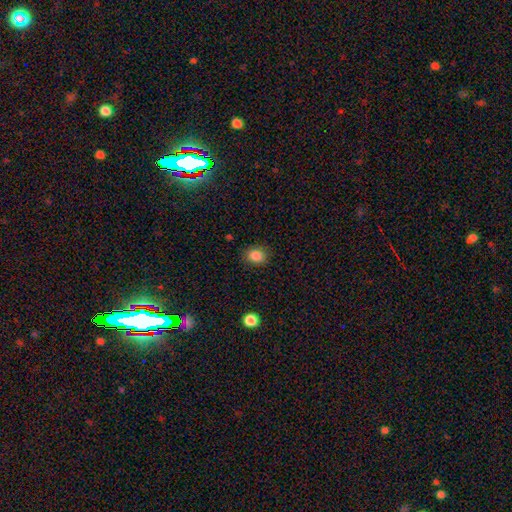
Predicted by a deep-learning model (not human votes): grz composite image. It shows a smooth galaxy with no disk features (85%) that is round (54%). Merging: none (85%).